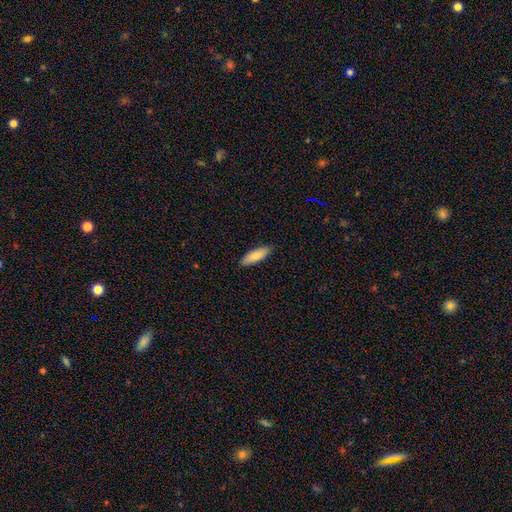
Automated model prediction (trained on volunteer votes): Smooth or featured: smooth — 83% (featured or disk — 11%)
How rounded: in between — 56% (cigar-shaped — 42%)
Merging: none — 87% (minor disturbance — 10%)